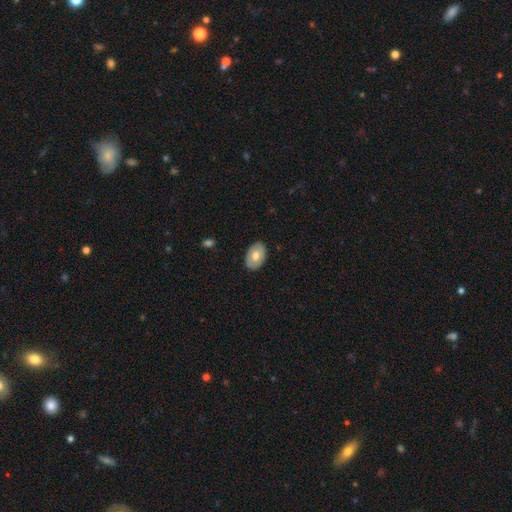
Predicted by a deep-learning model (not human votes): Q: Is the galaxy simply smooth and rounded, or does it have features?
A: smooth — 60%.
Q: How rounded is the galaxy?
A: in between — 87%.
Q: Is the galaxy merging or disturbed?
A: none — 87%.